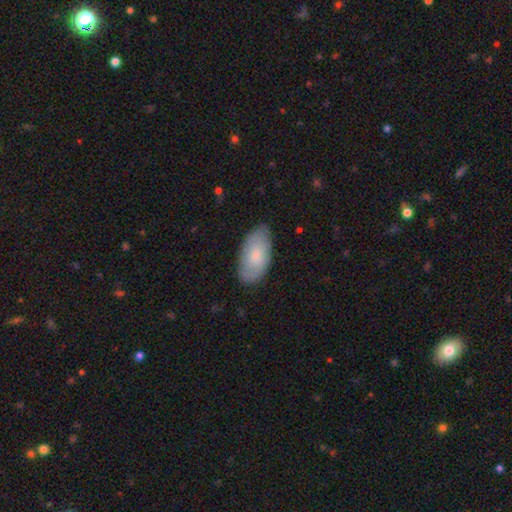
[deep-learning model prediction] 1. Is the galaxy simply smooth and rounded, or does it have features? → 71% smooth, 23% featured or disk, 6% star or artifact.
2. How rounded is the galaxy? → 95% in between, 3% round, 2% cigar-shaped.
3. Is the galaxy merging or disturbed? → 77% none, 18% minor disturbance, 3% major disturbance, 1% merger.